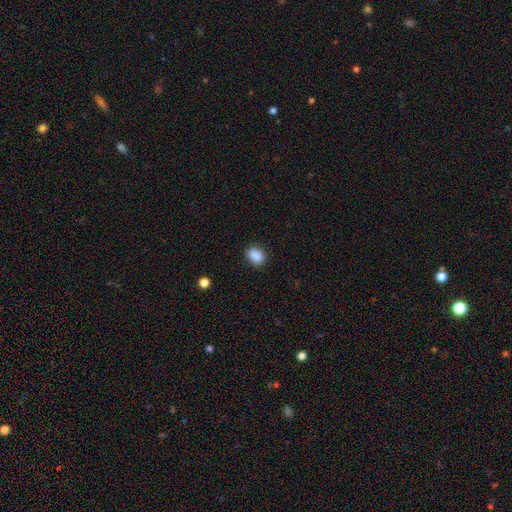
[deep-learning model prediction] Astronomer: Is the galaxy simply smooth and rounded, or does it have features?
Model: smooth — 89%.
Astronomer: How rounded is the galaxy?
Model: in between — 69%.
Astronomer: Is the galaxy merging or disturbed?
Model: none — 87%.